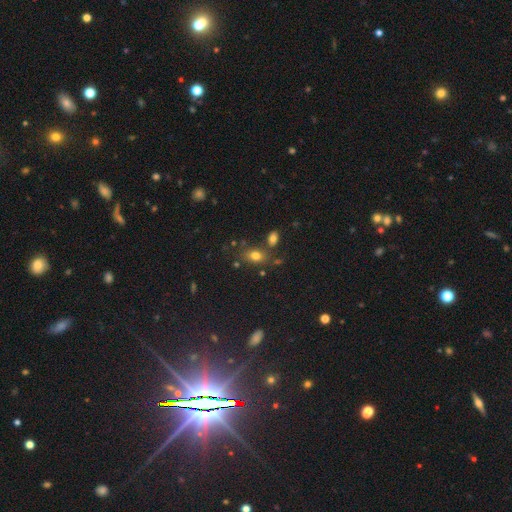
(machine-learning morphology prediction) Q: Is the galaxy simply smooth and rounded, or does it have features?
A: smooth — 75%.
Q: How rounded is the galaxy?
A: in between — 76%.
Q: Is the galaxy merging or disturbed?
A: none — 70%.